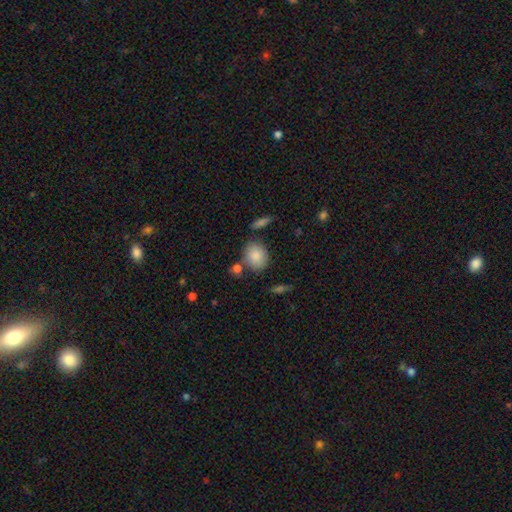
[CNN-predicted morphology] smooth-or-featured: smooth: 85% | featured or disk: 8% | star or artifact: 8%
  how-rounded: in between: 49% (tied) | round: 49% (tied) | cigar-shaped: 2%
  merging: none: 70% | minor disturbance: 15% | merger: 11% | major disturbance: 4%